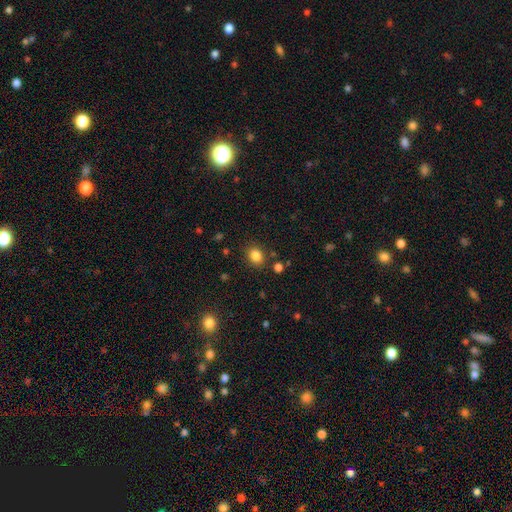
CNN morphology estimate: A smooth galaxy with no disk features (84%) that is round (51%). Merging: none (83%).